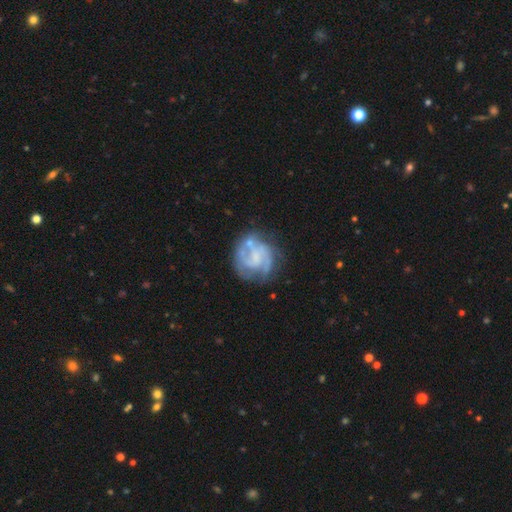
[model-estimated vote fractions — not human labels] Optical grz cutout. It shows a featured or disk galaxy (76%) with no bar (51%), 2 (37%) medium (43%) spiral arms (83%) and no central bulge (48%). Merging: none (58%).